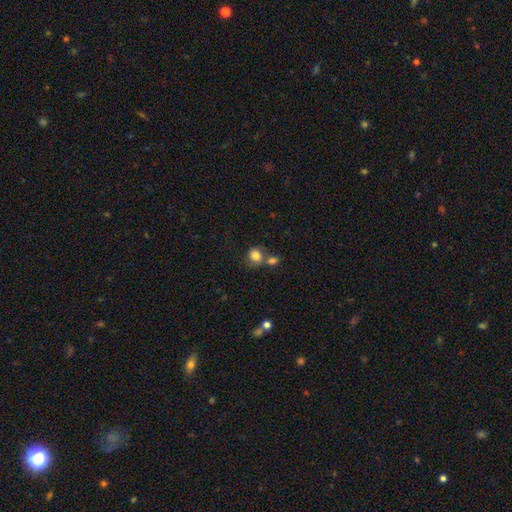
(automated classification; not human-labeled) This appears to be a smooth galaxy with no disk features (82%) that is round (73%). Merging: none (47%).